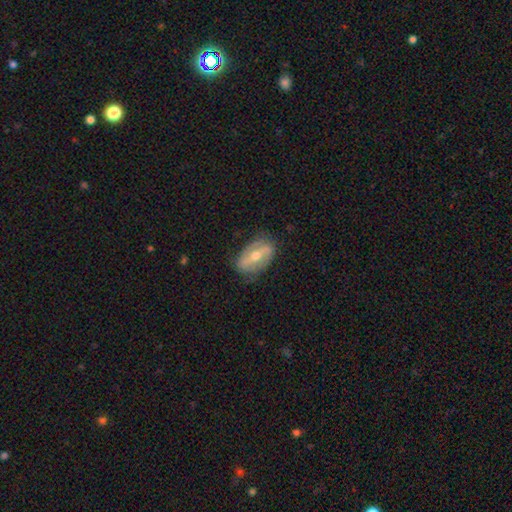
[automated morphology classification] This is likely a featured or disk galaxy (65%). It is clearly not viewed edge-on (86%). Bar: possibly strong (57%). Spiral arm pattern: possibly yes (54%). Central bulge: likely moderate (66%). Merging: likely none (77%).